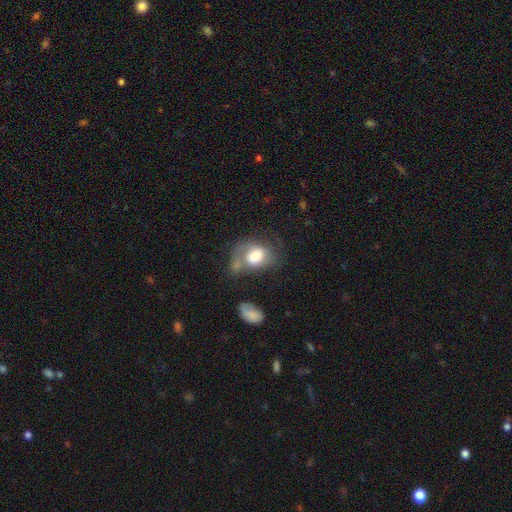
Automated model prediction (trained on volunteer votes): smooth_or_featured: smooth (p=0.50) [alt: featured or disk p=0.42]
merging: none (p=0.29) [tied with: major disturbance p=0.29]